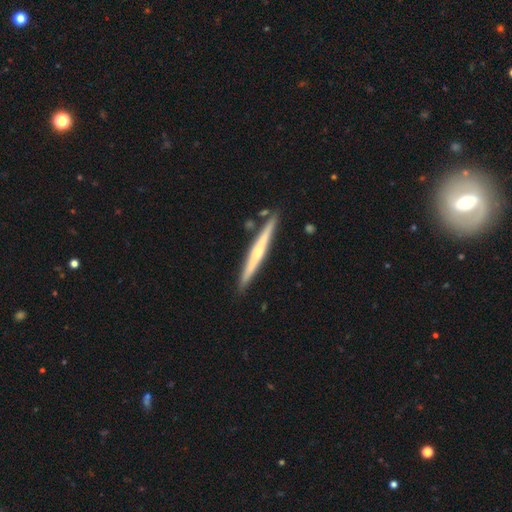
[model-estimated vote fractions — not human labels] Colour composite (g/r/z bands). It shows a featured or disk galaxy (66%) viewed edge-on (98%) with a rounded central bulge (61%). Merging: none (88%).